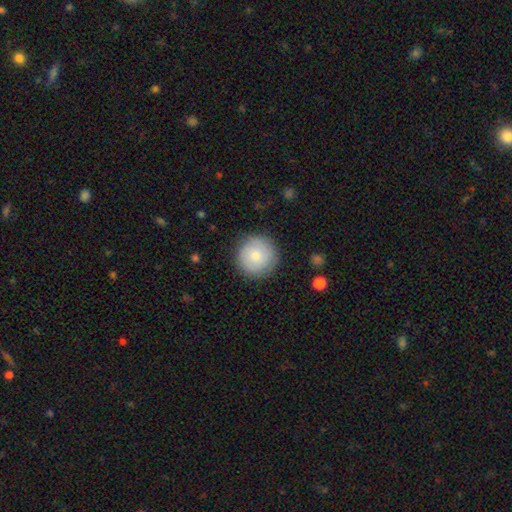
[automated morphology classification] The model was most divided on "smooth or featured": smooth: 75%, featured or disk: 18%, star or artifact: 6%. More confident: how rounded — round (95%); merging — none (87%).